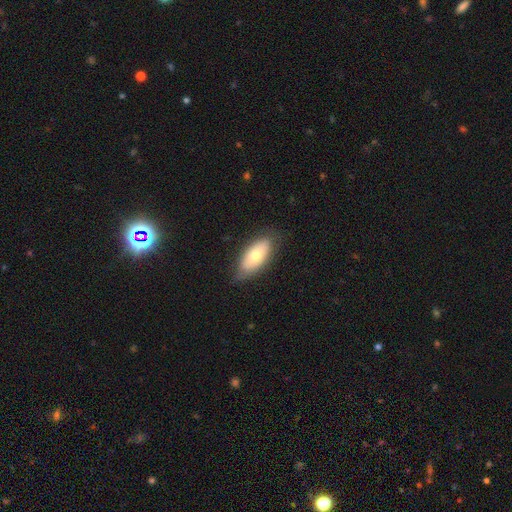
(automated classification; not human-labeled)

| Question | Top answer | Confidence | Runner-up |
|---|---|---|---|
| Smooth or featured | smooth | 63% | featured or disk (31%) |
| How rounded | in between | 90% | cigar-shaped (7%) |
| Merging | none | 77% | minor disturbance (18%) |